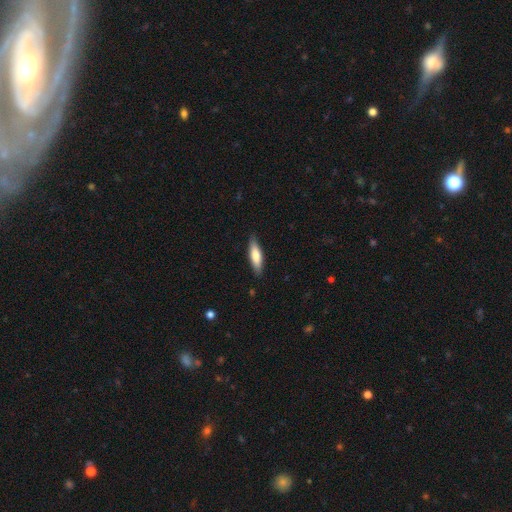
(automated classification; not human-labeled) Overall: smooth (74%). How rounded: cigar-shaped (59%; in between 40%). Merging: none (84%).